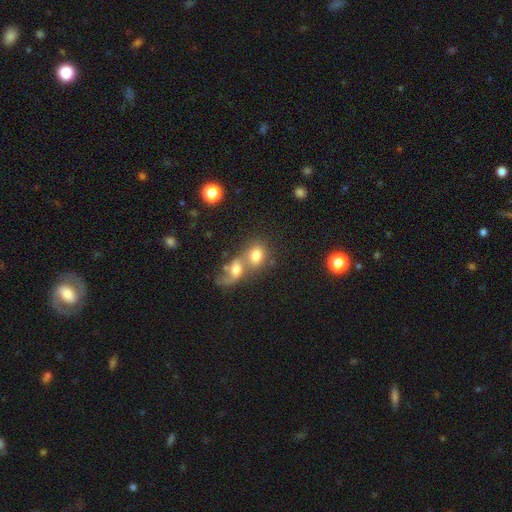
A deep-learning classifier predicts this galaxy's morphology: This is likely a smooth galaxy (69%). How rounded: possibly round (57%). Merging: likely merger (64%).